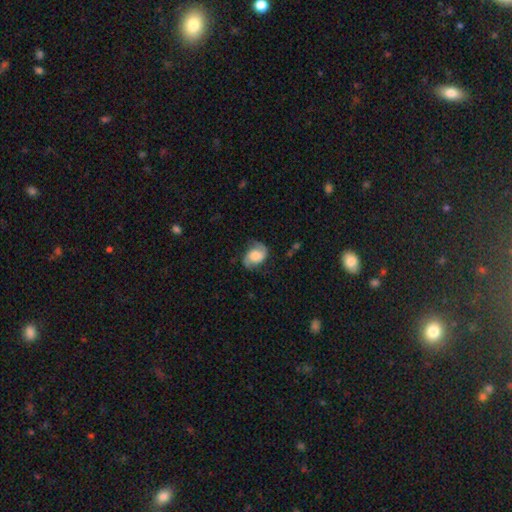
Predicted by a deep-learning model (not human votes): Smooth or featured? Predicted: featured or disk (p=0.73). Edge-on disk? Predicted: no (p=0.98). Bar? Predicted: no (p=0.65). Spiral arms? Predicted: yes (p=0.95). Spiral winding? Predicted: medium (p=0.46). Spiral arm count? Predicted: 2 (p=0.90). Bulge size? Predicted: large (p=0.38). Merging? Predicted: none (p=0.72).